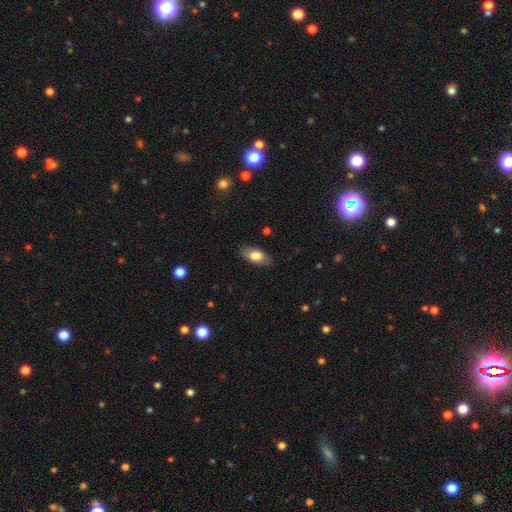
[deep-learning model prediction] A smooth galaxy with no disk features (77%) that is in between round and cigar-shaped (89%). Merging: none (84%).